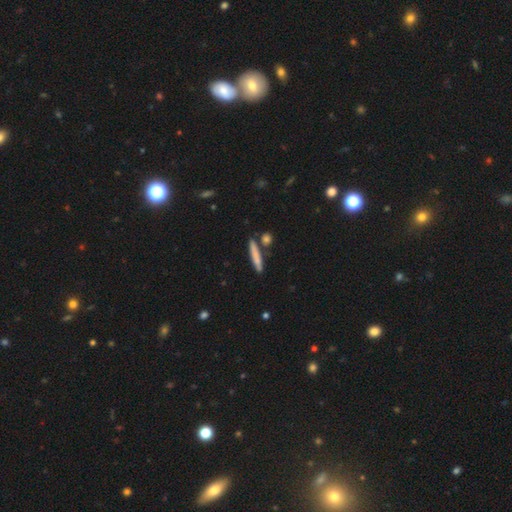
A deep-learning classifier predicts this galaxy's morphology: Smooth or featured: smooth — 73% (featured or disk — 21%)
How rounded: cigar-shaped — 91% (in between — 7%)
Merging: none — 78% (minor disturbance — 12%)